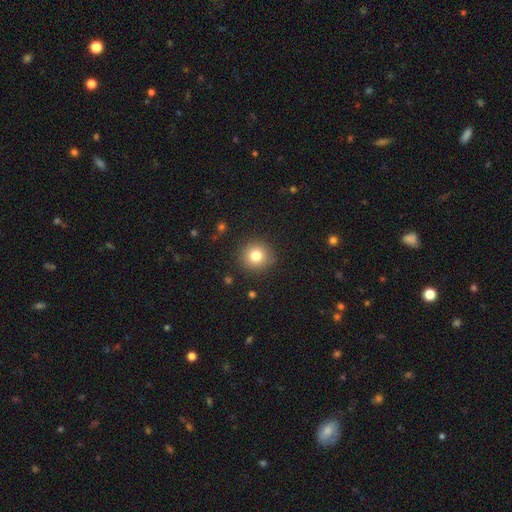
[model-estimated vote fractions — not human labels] This appears to be a smooth galaxy with no disk features (80%) that is round (93%). Merging: none (89%).